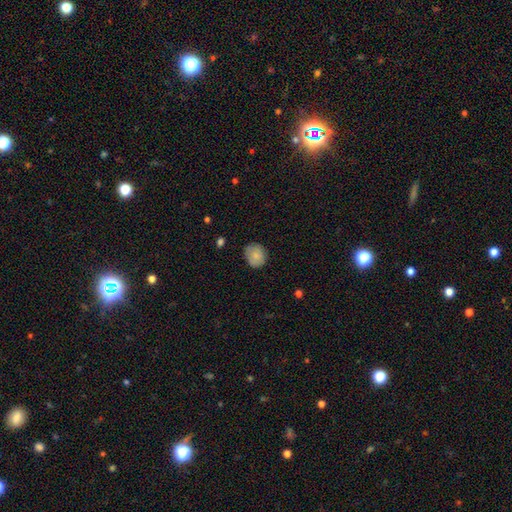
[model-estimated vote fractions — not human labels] Smooth or featured: smooth — 83% (featured or disk — 10%)
How rounded: round — 72% (in between — 27%)
Merging: none — 79% (minor disturbance — 17%)